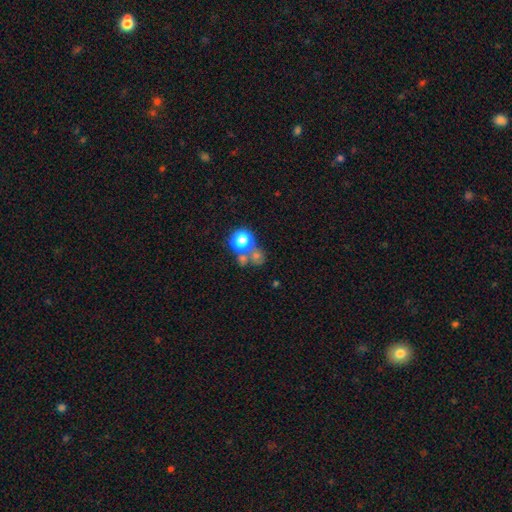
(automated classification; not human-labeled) Morphology: type=smooth (63%); roundness=round (82%); merging=none (46%).